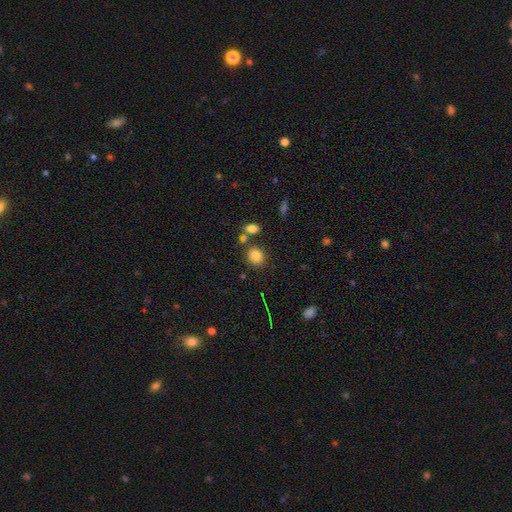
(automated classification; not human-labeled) smooth 83%, star or artifact 11%, featured or disk 6%. Down the decision tree: how rounded — round (71%); merging — none (73%).